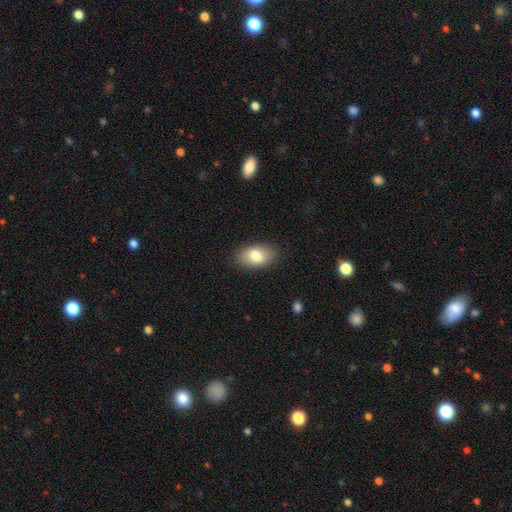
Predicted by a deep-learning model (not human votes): A smooth galaxy with no disk features (81%) that is in between round and cigar-shaped (91%). Merging: none (85%).